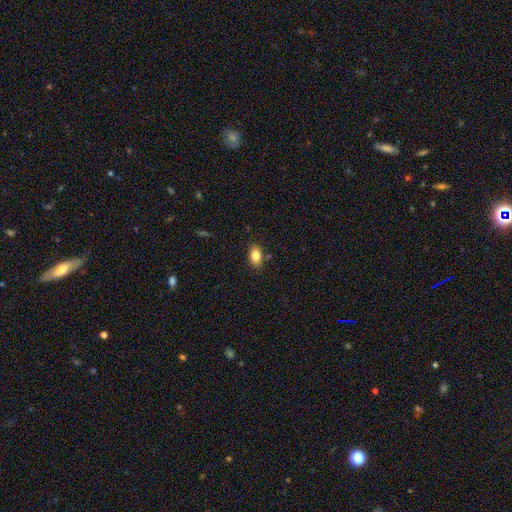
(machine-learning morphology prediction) Q: Smooth or featured?
A: smooth (84%); runner-up: star or artifact (9%)
Q: How rounded?
A: in between (87%); runner-up: round (11%)
Q: Merging?
A: none (84%); runner-up: minor disturbance (11%)